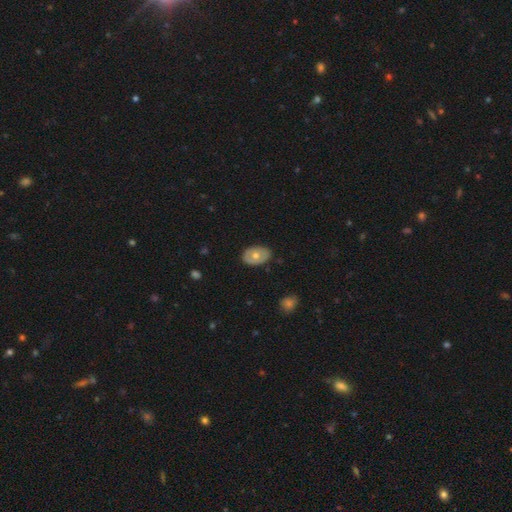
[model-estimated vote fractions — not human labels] A smooth galaxy with no disk features (53%) that is in between round and cigar-shaped (83%).

Vote fractions:
- Smooth or featured? smooth: 53% / featured or disk: 41% / star or artifact: 6%
- How rounded? in between: 83% / round: 16% / cigar-shaped: 1%
- Merging? none: 83% / minor disturbance: 13% / major disturbance: 3% / merger: 1%